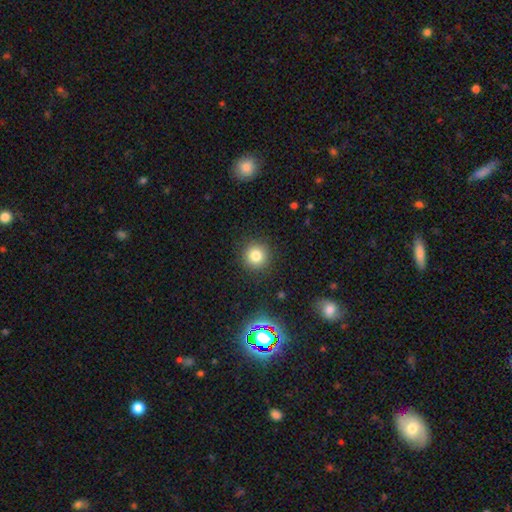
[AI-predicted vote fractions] Overall: smooth (79%). How rounded: round (93%). Merging: none (90%).